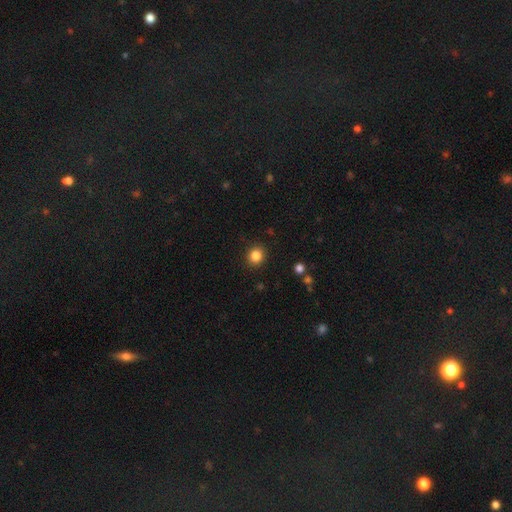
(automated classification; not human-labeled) Overall: smooth (84%). How rounded: round (84%). Merging: none (91%).